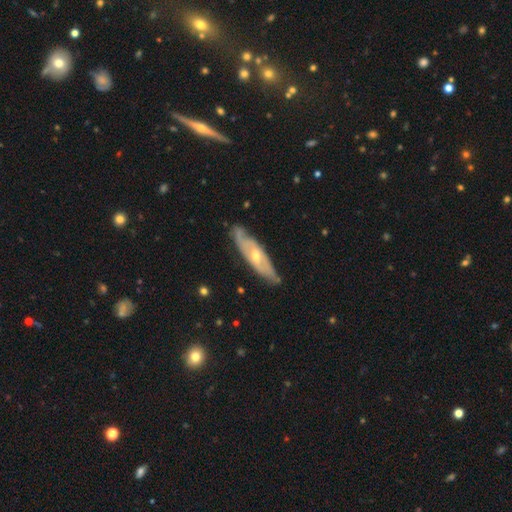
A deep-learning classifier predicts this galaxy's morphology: featured or disk 73%, smooth 21%, star or artifact 6%. Down the decision tree: edge-on disk — no (60%); merging — none (76%).